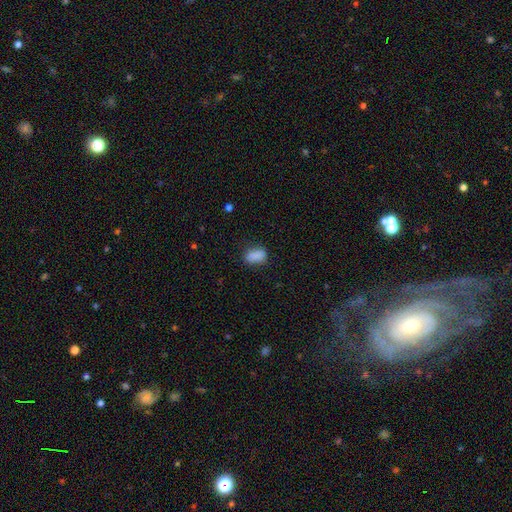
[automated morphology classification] type=smooth (87%); roundness=in between (87%); merging=none (76%).